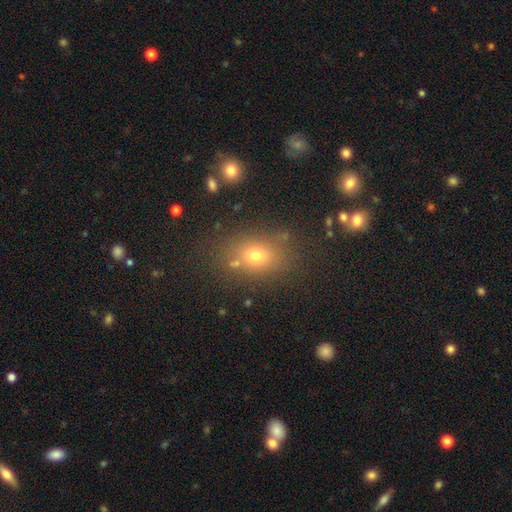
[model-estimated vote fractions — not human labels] Q: Smooth or featured?
A: smooth (70%); runner-up: star or artifact (18%)
Q: How rounded?
A: in between (60%); runner-up: round (38%)
Q: Merging?
A: none (75%); runner-up: minor disturbance (13%)